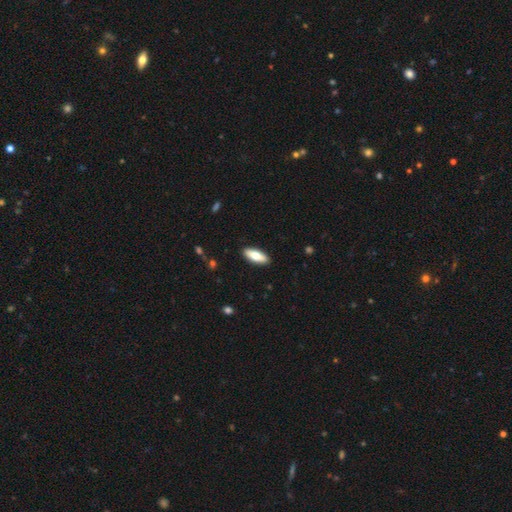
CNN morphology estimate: type=smooth (73%); roundness=in between (72%); merging=none (90%).